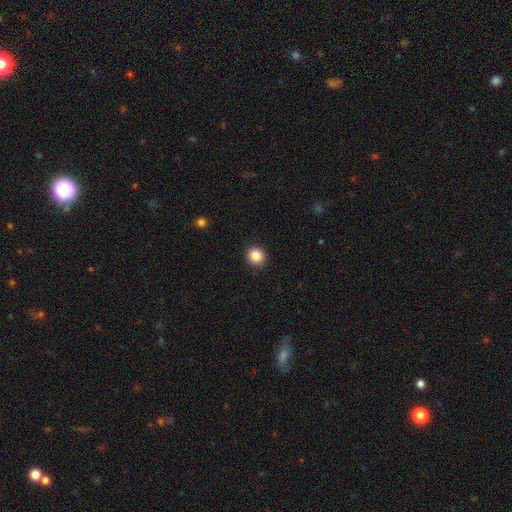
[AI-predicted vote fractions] The model was most divided on "how rounded": round: 87%, in between: 12%, cigar-shaped: 1%. More confident: merging — none (92%); smooth or featured — smooth (86%).